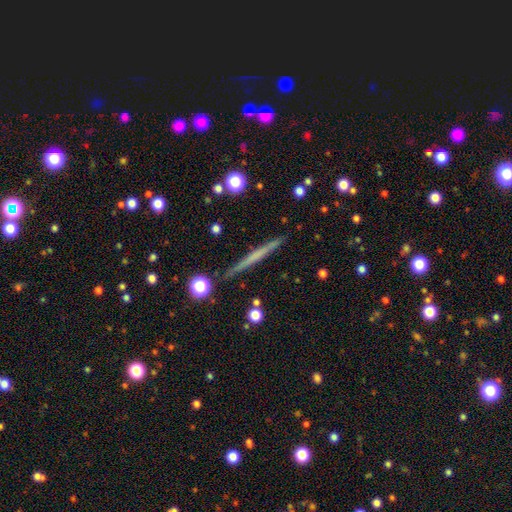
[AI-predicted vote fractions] smooth-or-featured: featured or disk: 53% | smooth: 40% | star or artifact: 7%
  disk-edge-on: yes: 97% | no: 3%
    edge-on-bulge: none: 85% | rounded: 10% | boxy: 5%
  merging: none: 90% | minor disturbance: 7% | major disturbance: 2% | merger: 1%